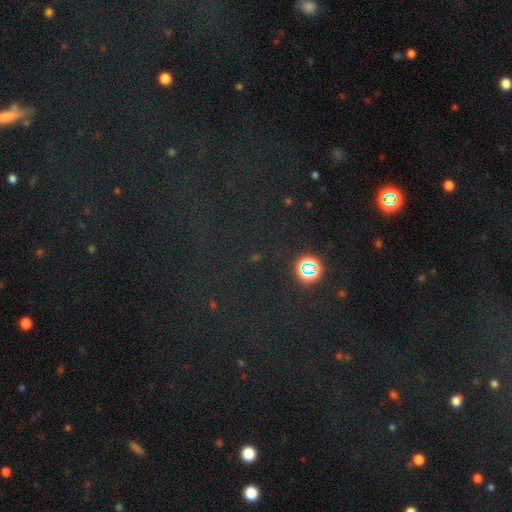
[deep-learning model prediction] Smooth or featured? Predicted: star or artifact (p=0.71).